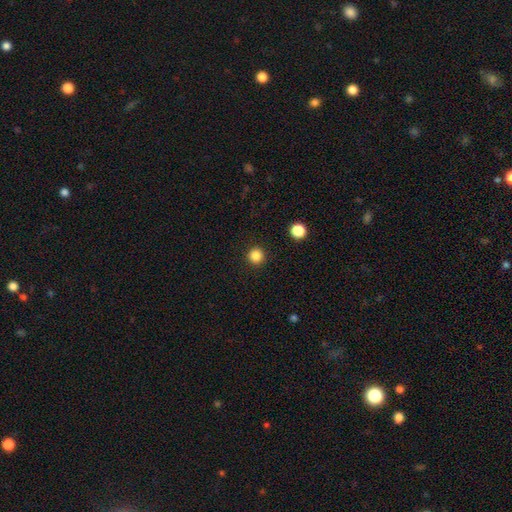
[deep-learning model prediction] A smooth galaxy with no disk features (85%) that is round (96%). Merging: none (93%).